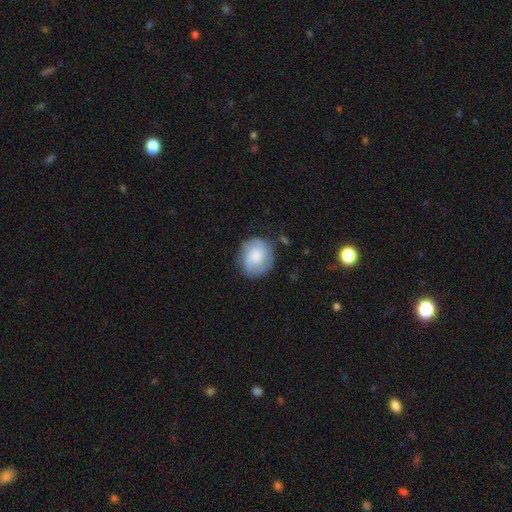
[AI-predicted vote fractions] A smooth galaxy with no disk features (49%). Merging: none (70%).